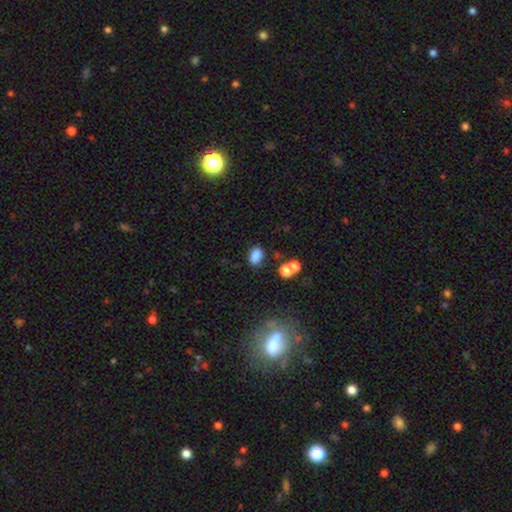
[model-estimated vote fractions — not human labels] This is clearly a smooth galaxy (83%). How rounded: clearly in between (82%). Merging: likely none (76%).